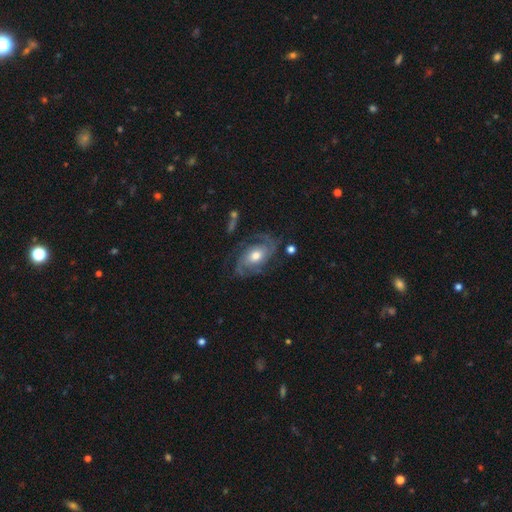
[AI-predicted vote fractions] A featured or disk galaxy (86%) with no bar (66%), 2 (49%) medium (43%) spiral arms (96%) and a moderate central bulge (70%). Merging: none (69%).